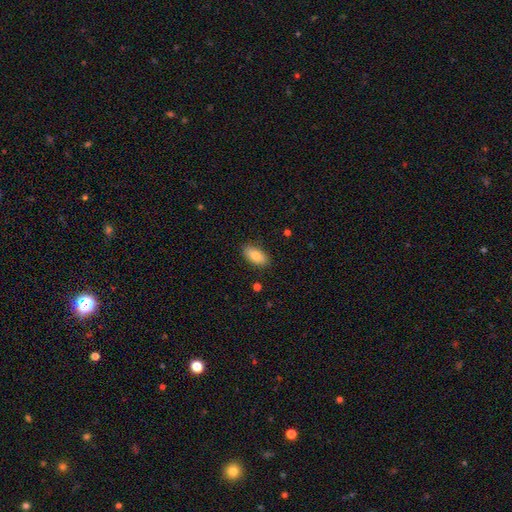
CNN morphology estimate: This appears to be a smooth galaxy with no disk features (83%) that is in between round and cigar-shaped (90%). Merging: none (86%).